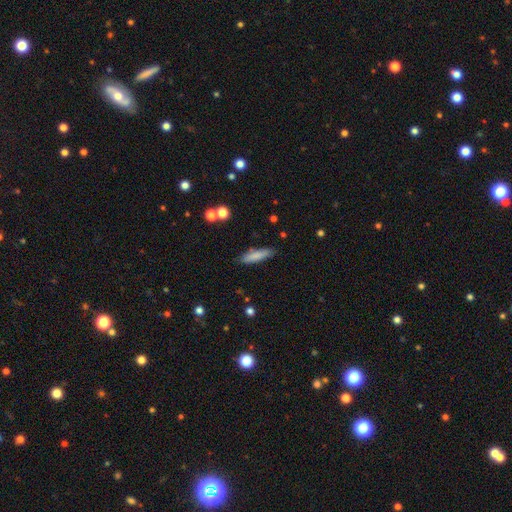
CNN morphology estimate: Smooth or featured?
  - smooth: 80% *
  - featured or disk: 13%
  - star or artifact: 7%
How rounded?
  - cigar-shaped: 76% *
  - in between: 22%
  - round: 2%
Merging?
  - none: 84% *
  - minor disturbance: 12%
  - major disturbance: 2%
  - merger: 2%